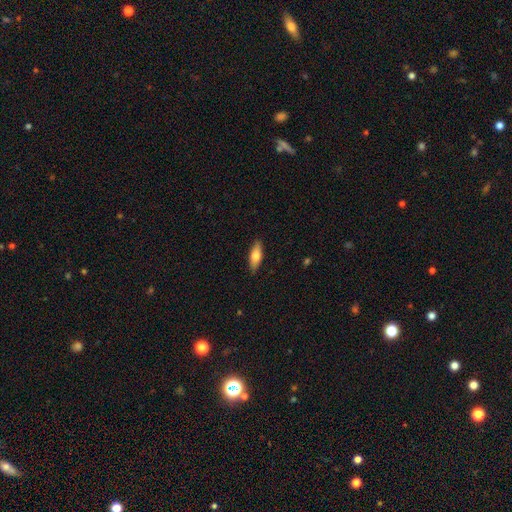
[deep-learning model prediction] Smooth or featured? smooth (65%)
How rounded? in between (60%)
Merging? none (88%)